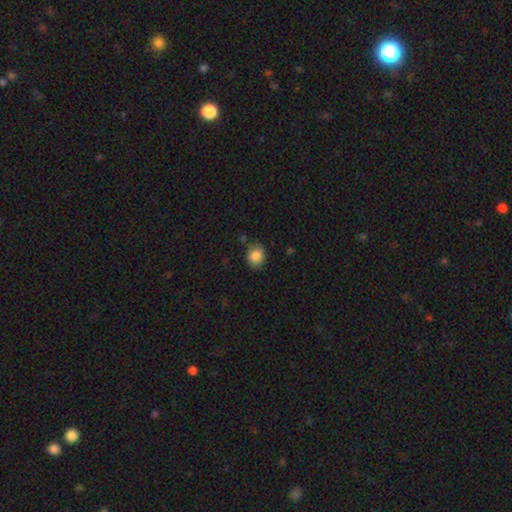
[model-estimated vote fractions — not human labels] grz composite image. It shows a smooth galaxy with no disk features (86%) that is round (54%). Merging: none (79%).